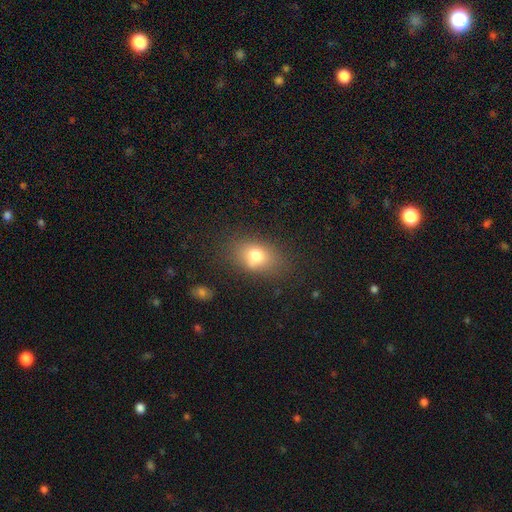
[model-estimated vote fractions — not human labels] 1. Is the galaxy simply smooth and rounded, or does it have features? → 75% smooth, 14% featured or disk, 11% star or artifact.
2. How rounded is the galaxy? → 74% in between, 24% round, 2% cigar-shaped.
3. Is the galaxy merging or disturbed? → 68% none, 20% minor disturbance, 8% major disturbance, 4% merger.